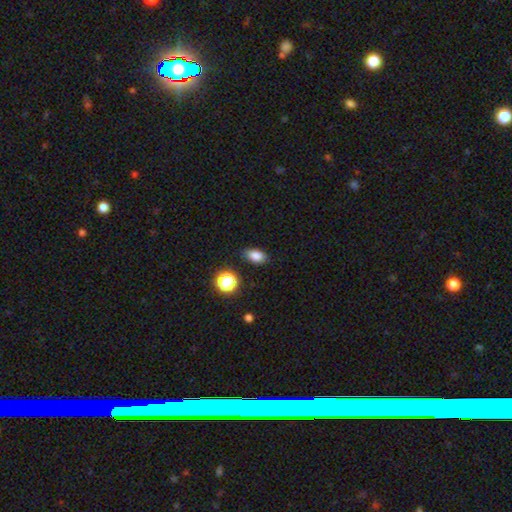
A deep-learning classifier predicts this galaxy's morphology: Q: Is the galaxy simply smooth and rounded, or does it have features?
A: smooth — 83%.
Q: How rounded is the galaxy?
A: in between — 84%.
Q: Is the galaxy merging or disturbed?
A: none — 84%.